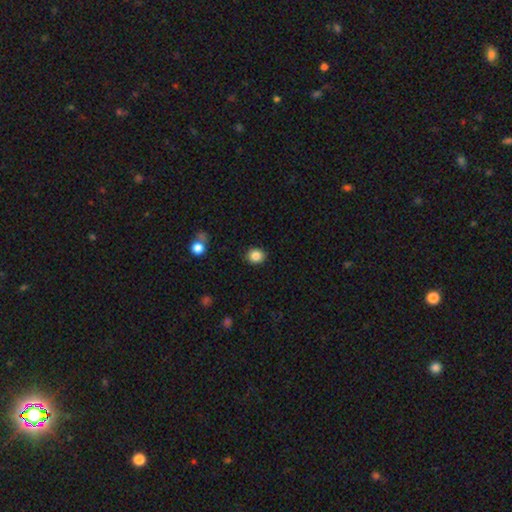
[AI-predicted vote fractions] Smooth or featured: smooth — 85% (star or artifact — 10%)
How rounded: round — 78% (in between — 21%)
Merging: none — 89% (minor disturbance — 8%)